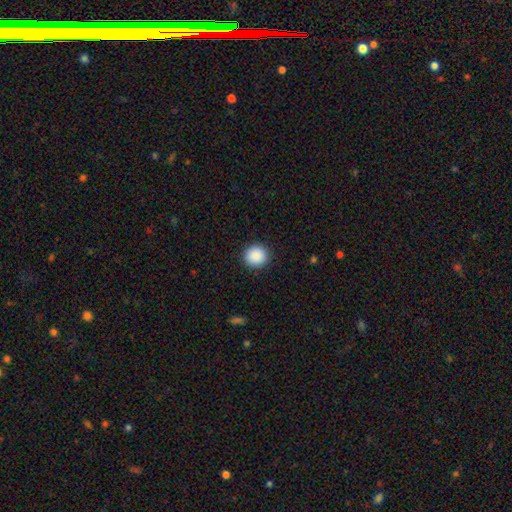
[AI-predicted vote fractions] Smooth or featured?
  - smooth: 90% *
  - star or artifact: 8%
  - featured or disk: 3%
How rounded?
  - round: 91% *
  - in between: 8%
  - cigar-shaped: 1%
Merging?
  - none: 91% *
  - minor disturbance: 6%
  - major disturbance: 2%
  - merger: 1%